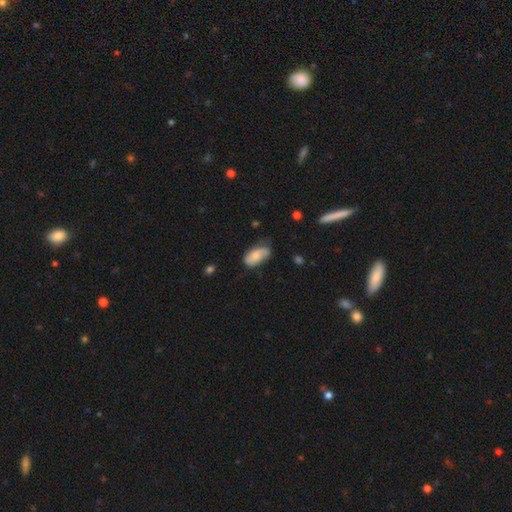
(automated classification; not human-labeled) This appears to be a smooth galaxy with no disk features (69%) that is in between round and cigar-shaped (93%). Merging: none (54%).